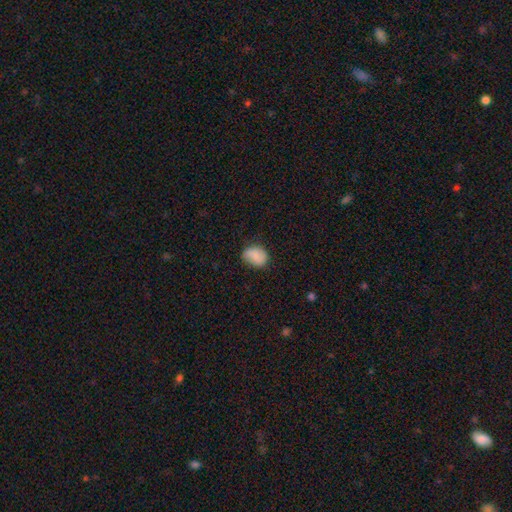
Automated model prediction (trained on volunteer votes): The model was most divided on "how rounded": in between: 64%, round: 35%, cigar-shaped: 1%. More confident: smooth or featured — smooth (82%); merging — none (67%).